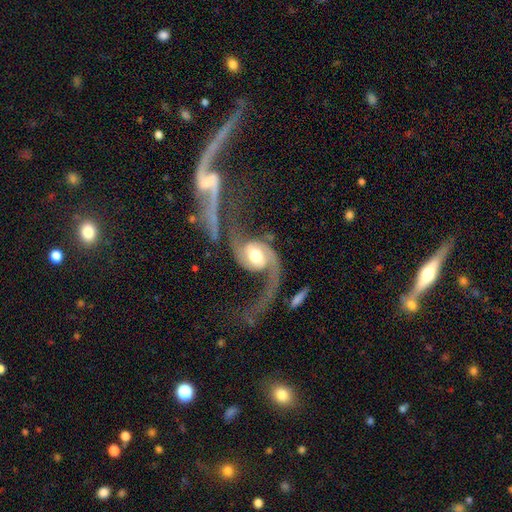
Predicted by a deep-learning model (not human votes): Morphology: type=featured or disk (90%); edge-on=no (97%); bar=no (41%); spiral arms=yes (97%); winding=loose (74%); arm count=2 (93%); bulge=moderate (62%); merging=none (44%).